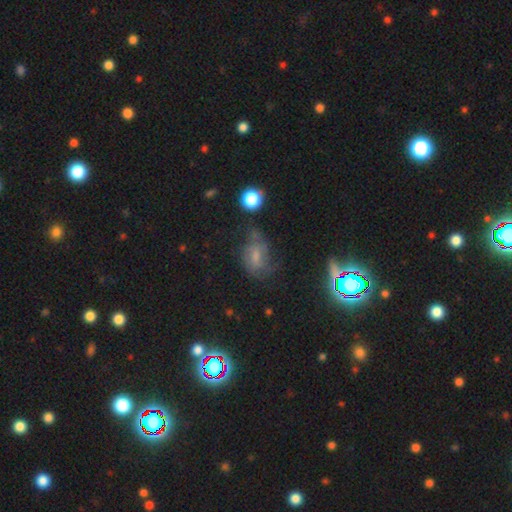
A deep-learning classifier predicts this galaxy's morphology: This is marginally a smooth galaxy (40%). Merging: possibly none (47%).